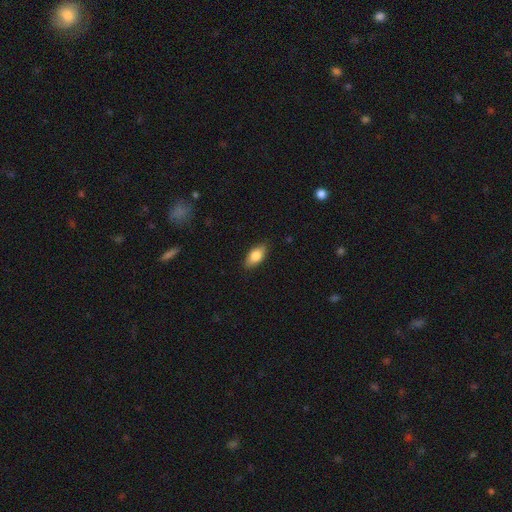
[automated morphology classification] A smooth galaxy with no disk features (80%) that is in between round and cigar-shaped (89%).

Vote fractions:
- Smooth or featured? smooth: 80% / featured or disk: 14% / star or artifact: 7%
- How rounded? in between: 89% / cigar-shaped: 7% / round: 4%
- Merging? none: 87% / minor disturbance: 10% / major disturbance: 2% / merger: 1%